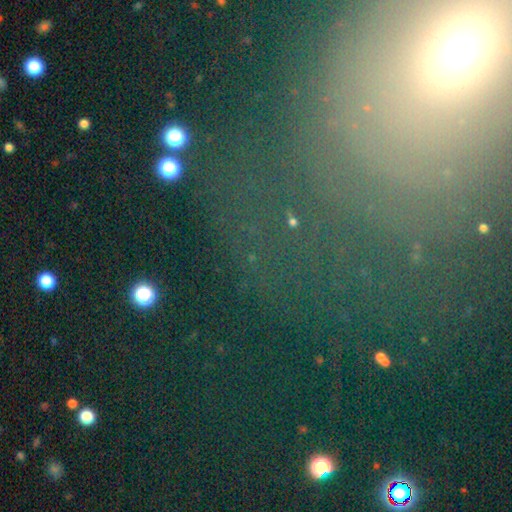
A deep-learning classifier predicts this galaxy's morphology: A star or artifact, not a galaxy (62%).

Vote fractions:
- Smooth or featured? star or artifact: 62% / smooth: 22% / featured or disk: 16%